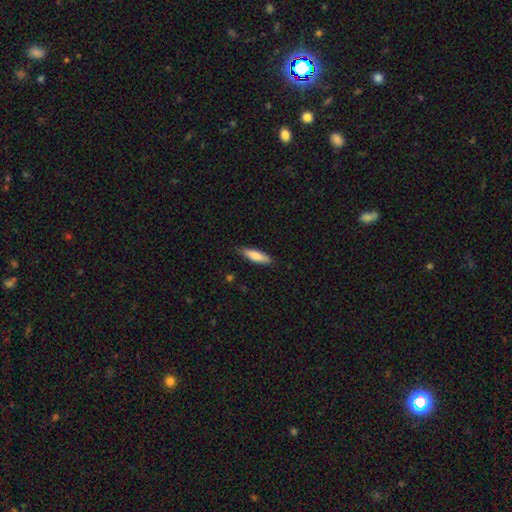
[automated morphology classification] Smooth or featured? smooth (80%)
How rounded? cigar-shaped (63%)
Merging? none (83%)